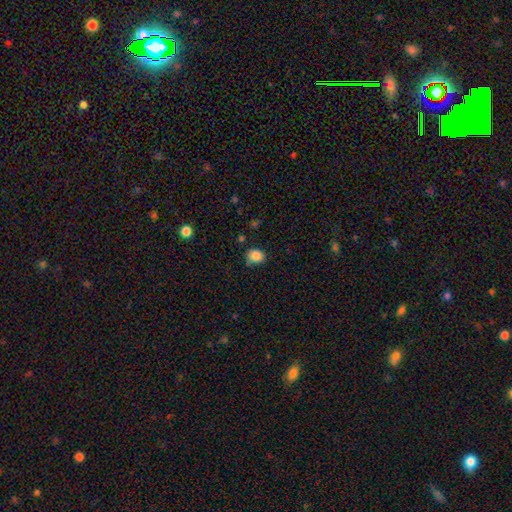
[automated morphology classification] type=smooth (85%); roundness=round (62%); merging=none (67%).